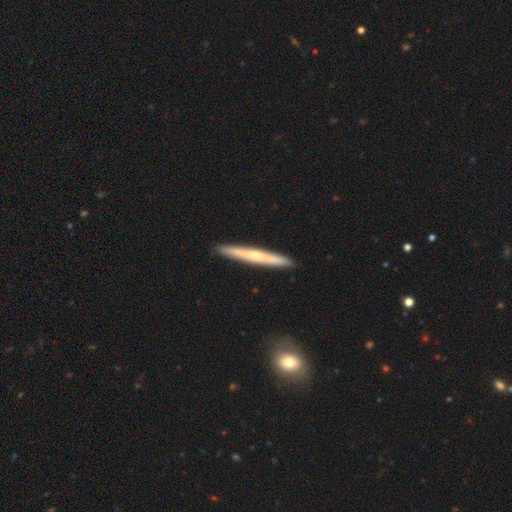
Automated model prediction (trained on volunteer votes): Q: Smooth or featured?
A: featured or disk (53%); runner-up: smooth (41%)
Q: Edge-on disk?
A: yes (96%); runner-up: no (4%)
Q: Edge-on bulge?
A: rounded (51%); runner-up: none (44%)
Q: Merging?
A: none (92%); runner-up: minor disturbance (6%)